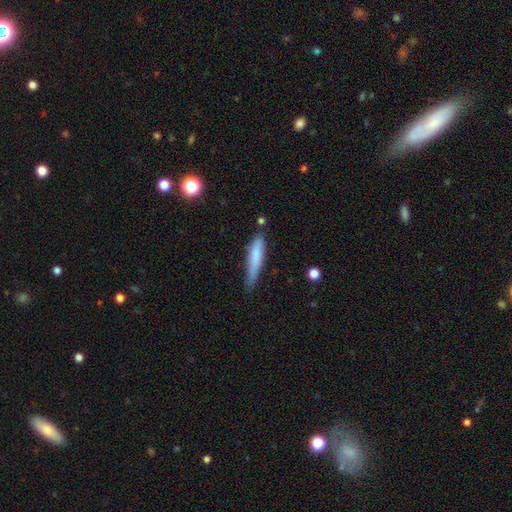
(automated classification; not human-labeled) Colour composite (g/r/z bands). It shows a smooth galaxy with no disk features (73%) that is cigar-shaped (85%). Merging: none (60%).